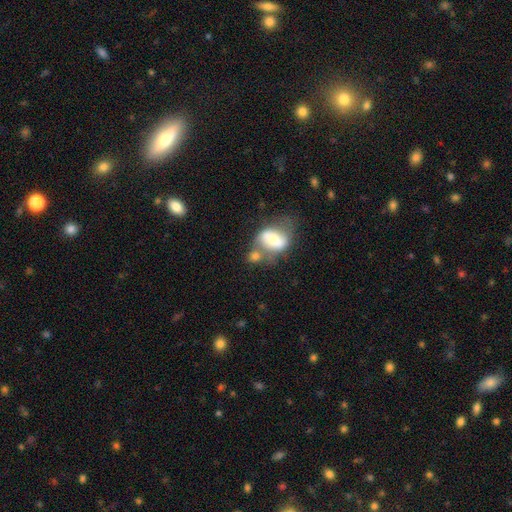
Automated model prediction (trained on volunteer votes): This is possibly a smooth galaxy (54%). How rounded: possibly in between (60%). Merging: marginally merger (39%).